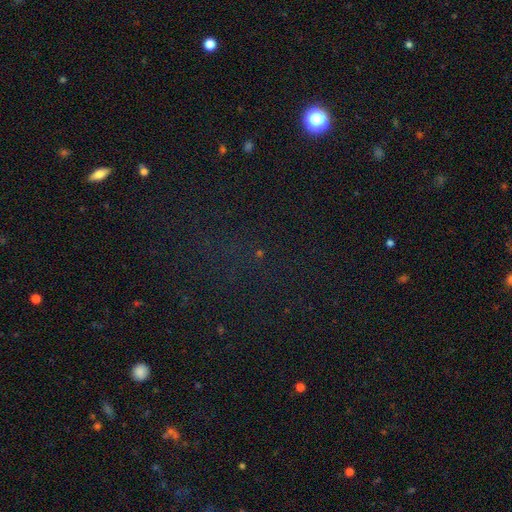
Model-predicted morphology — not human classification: Smooth or featured? Predicted: star or artifact (p=0.69).